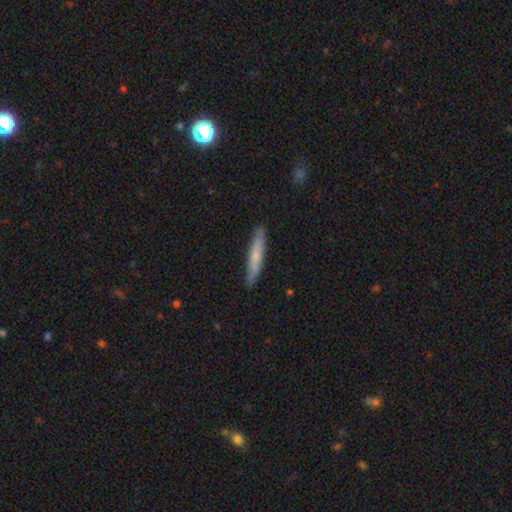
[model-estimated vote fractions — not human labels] A smooth galaxy with no disk features (65%) that is cigar-shaped (93%).

Vote fractions:
- Smooth or featured? smooth: 65% / featured or disk: 29% / star or artifact: 6%
- How rounded? cigar-shaped: 93% / in between: 6% / round: 1%
- Merging? none: 86% / minor disturbance: 11% / major disturbance: 2% / merger: 1%